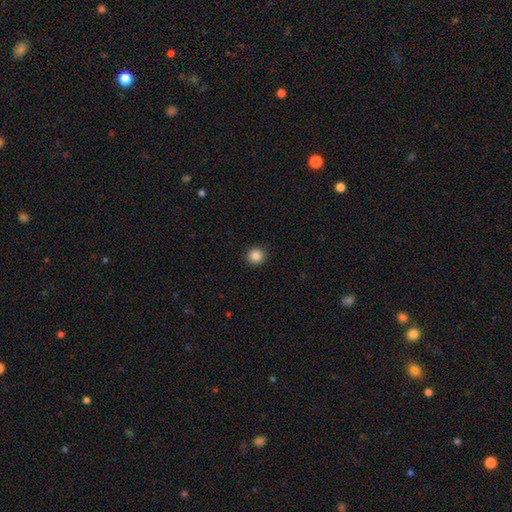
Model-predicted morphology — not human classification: Overall: smooth (86%). How rounded: round (94%). Merging: none (93%).